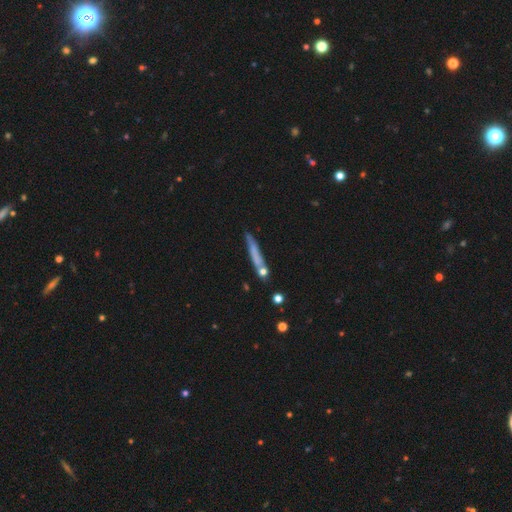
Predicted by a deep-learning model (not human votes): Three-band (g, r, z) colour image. It shows a smooth galaxy with no disk features (61%) that is cigar-shaped (93%). Merging: none (72%).